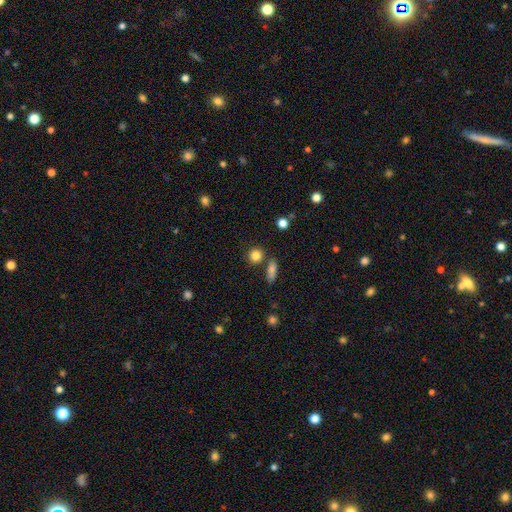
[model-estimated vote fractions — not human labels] Smooth or featured: smooth — 84% (star or artifact — 10%)
How rounded: round — 83% (in between — 14%)
Merging: none — 75% (merger — 12%)